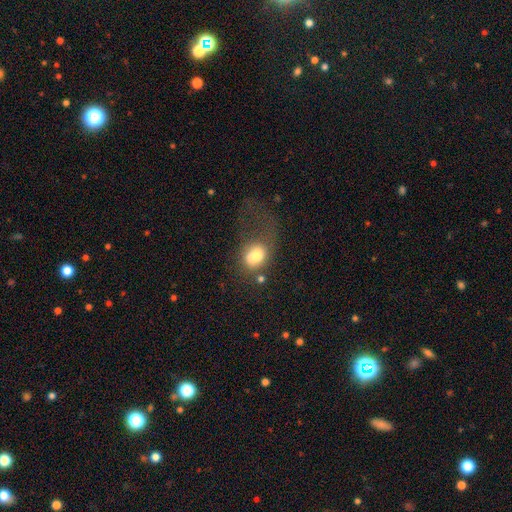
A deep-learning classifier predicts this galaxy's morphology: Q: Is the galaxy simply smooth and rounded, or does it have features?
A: smooth — 73%.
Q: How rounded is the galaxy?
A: in between — 65%.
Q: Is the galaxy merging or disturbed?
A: major disturbance — 45%.